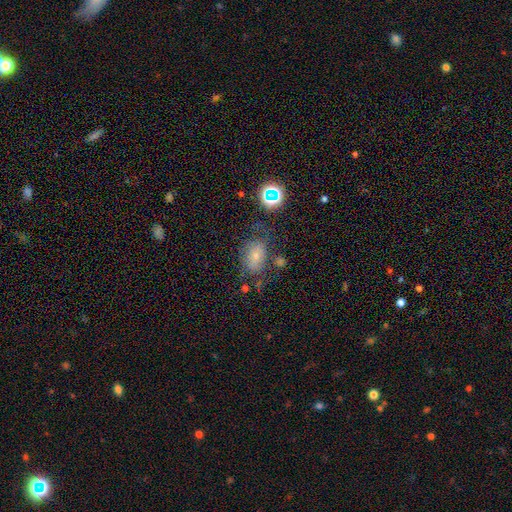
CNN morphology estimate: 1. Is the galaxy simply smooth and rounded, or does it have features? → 65% smooth, 18% featured or disk, 17% star or artifact.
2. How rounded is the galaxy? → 78% in between, 21% round, 2% cigar-shaped.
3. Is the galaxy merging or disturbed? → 56% none, 23% minor disturbance, 13% major disturbance, 8% merger.